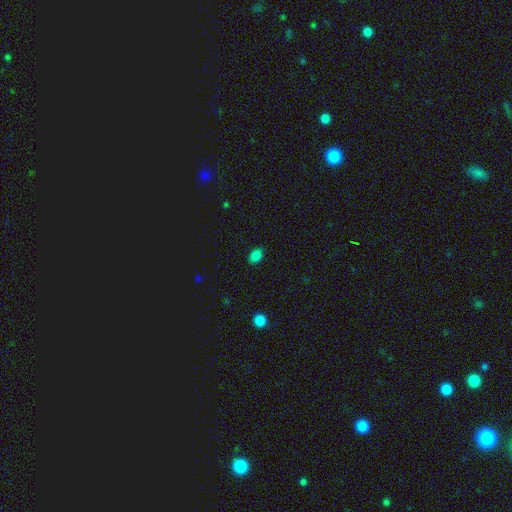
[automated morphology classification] This is clearly a smooth galaxy (84%). How rounded: likely in between (77%). Merging: clearly none (87%).